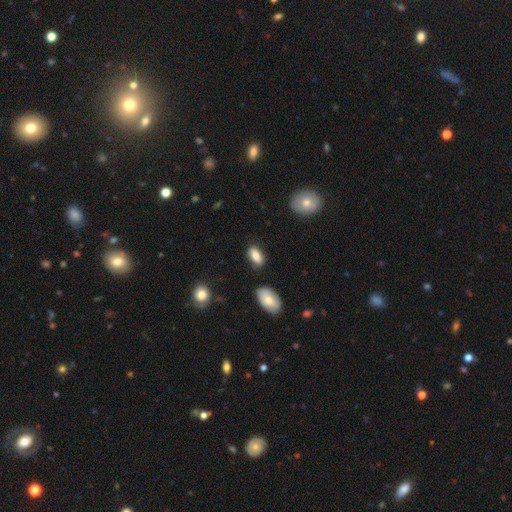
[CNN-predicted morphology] This is clearly a smooth galaxy (83%). How rounded: clearly in between (90%). Merging: likely none (80%).